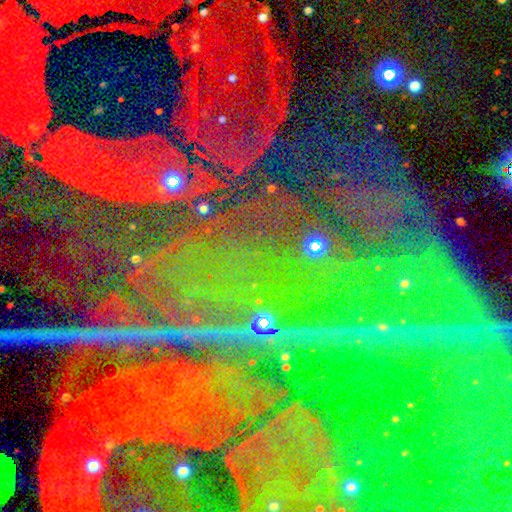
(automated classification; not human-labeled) Smooth or featured? Predicted: star or artifact (p=0.88).